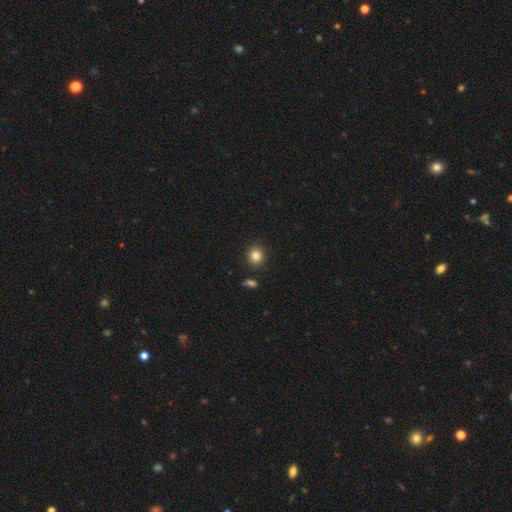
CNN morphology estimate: smooth_or_featured: smooth (p=0.83) [alt: star or artifact p=0.11]
how_rounded: round (p=0.85) [alt: in between p=0.14]
merging: none (p=0.89) [alt: minor disturbance p=0.07]